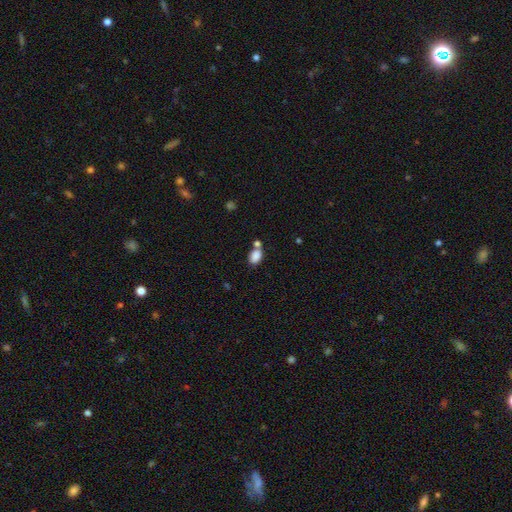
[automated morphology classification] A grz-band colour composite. It shows a smooth galaxy with no disk features (85%) that is in between round and cigar-shaped (82%). Merging: none (55%).